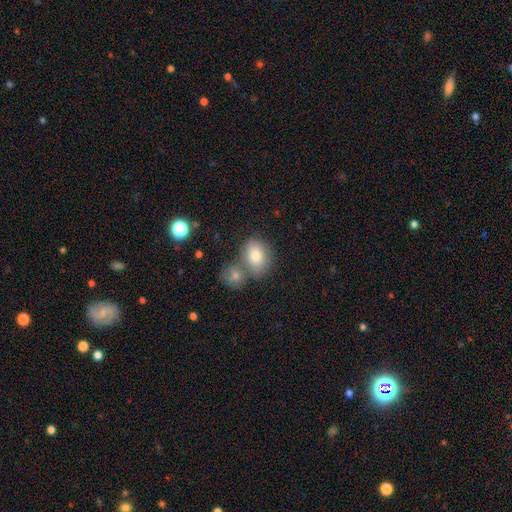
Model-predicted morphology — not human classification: The model was most divided on "merging": none: 50%, merger: 34%, minor disturbance: 12%, major disturbance: 4%. More confident: smooth or featured — smooth (78%); how rounded — in between (71%).